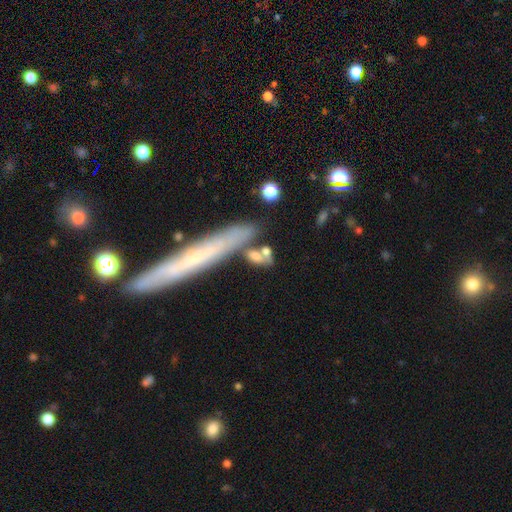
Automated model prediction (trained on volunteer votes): smooth_or_featured: smooth (p=0.60) [alt: featured or disk p=0.30]
how_rounded: cigar-shaped (p=0.55) [alt: in between p=0.30]
merging: none (p=0.64) [alt: minor disturbance p=0.15]